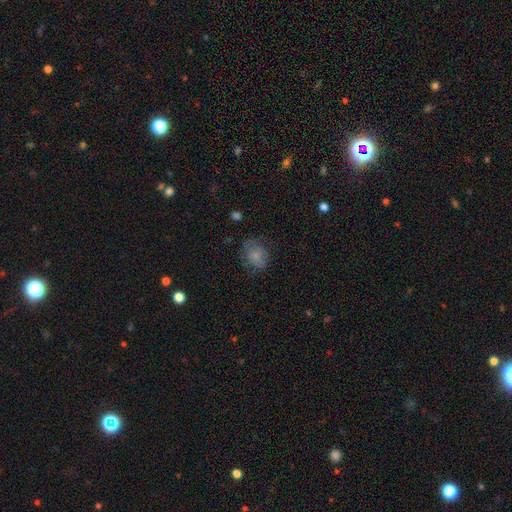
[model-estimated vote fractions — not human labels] This appears to be a smooth galaxy with no disk features (73%) that is round (55%). Merging: none (60%).